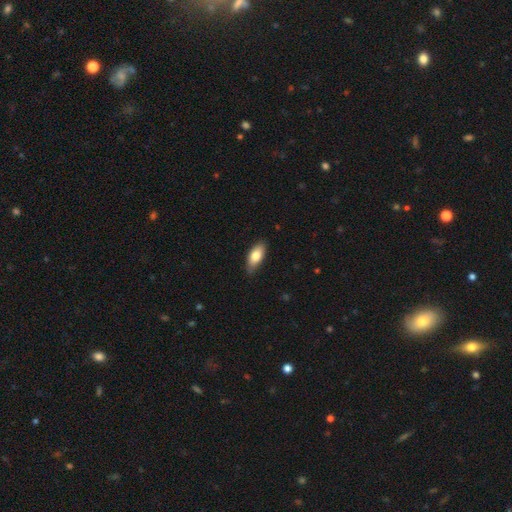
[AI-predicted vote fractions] This appears to be a smooth galaxy with no disk features (78%) that is in between round and cigar-shaped (84%). Merging: none (80%).